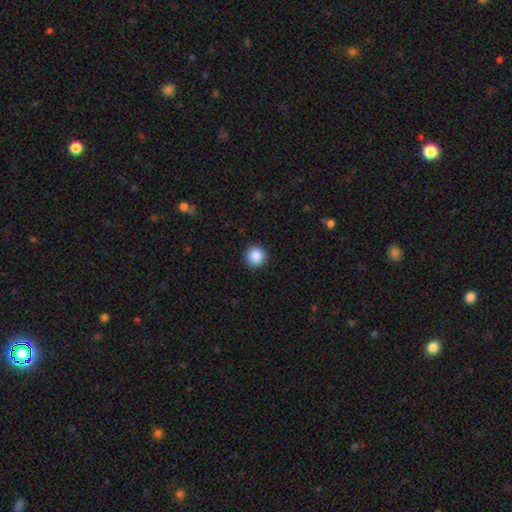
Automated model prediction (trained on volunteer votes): Smooth or featured: smooth — 87% (star or artifact — 9%)
How rounded: round — 95% (in between — 4%)
Merging: none — 92% (minor disturbance — 5%)